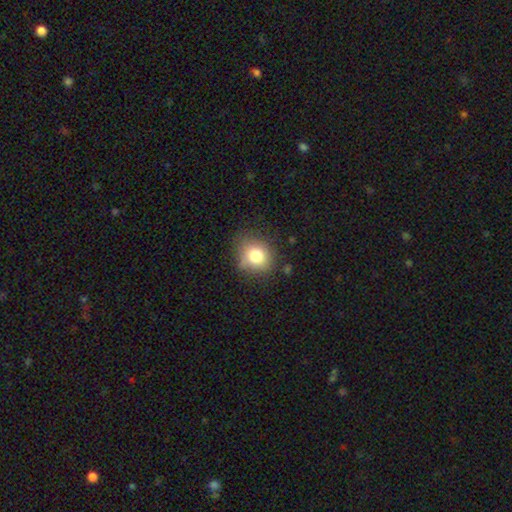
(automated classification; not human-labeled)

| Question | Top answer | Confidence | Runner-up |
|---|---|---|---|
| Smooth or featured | smooth | 78% | star or artifact (12%) |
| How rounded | round | 76% | in between (23%) |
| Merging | none | 75% | minor disturbance (18%) |